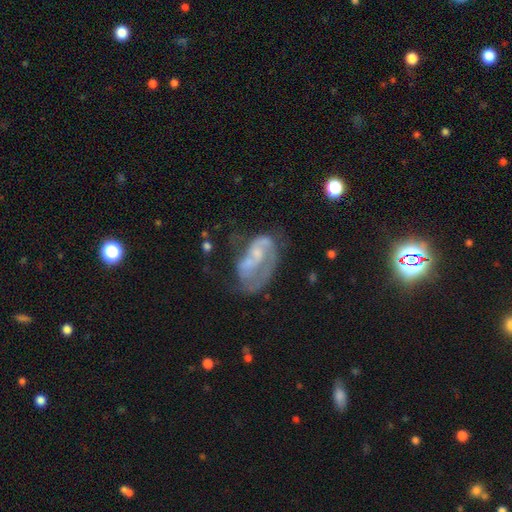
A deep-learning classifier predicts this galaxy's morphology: This appears to be a featured or disk galaxy (71%) with no bar (59%), spiral arms (71%) and a small central bulge (47%). Merging: major disturbance (35%, tied with none).